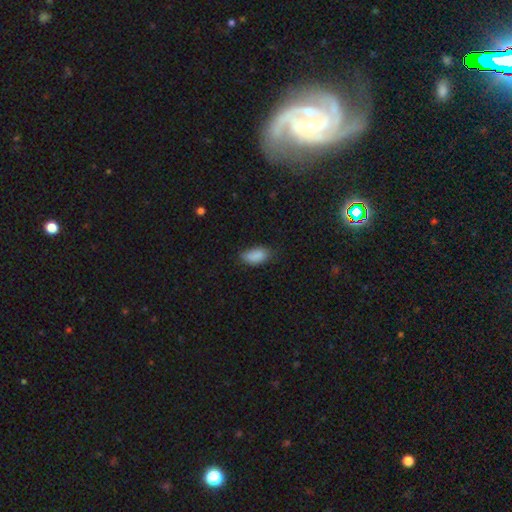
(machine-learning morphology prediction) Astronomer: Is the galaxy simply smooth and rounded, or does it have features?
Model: smooth — 86%.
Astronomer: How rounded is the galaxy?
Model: in between — 91%.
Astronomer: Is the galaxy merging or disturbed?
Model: none — 62%.